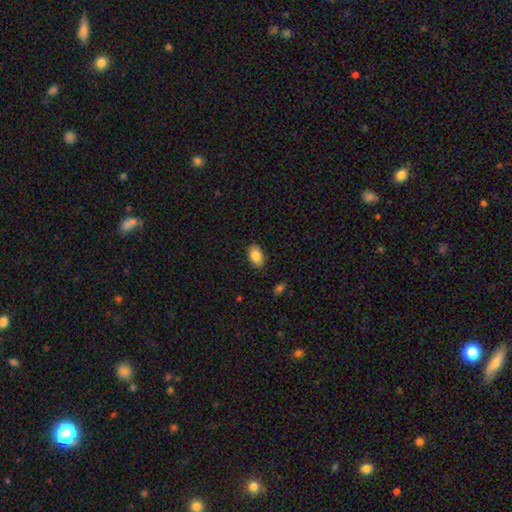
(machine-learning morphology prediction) type=smooth (85%); roundness=in between (88%); merging=none (87%).